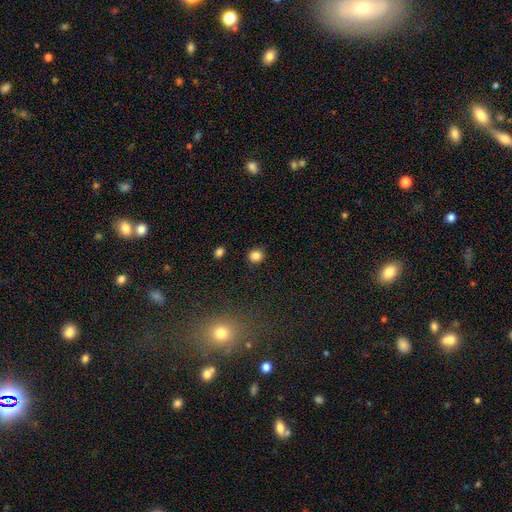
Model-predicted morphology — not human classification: smooth_or_featured: smooth (p=0.84) [alt: star or artifact p=0.12]
how_rounded: round (p=0.87) [alt: in between p=0.12]
merging: none (p=0.88) [alt: minor disturbance p=0.08]